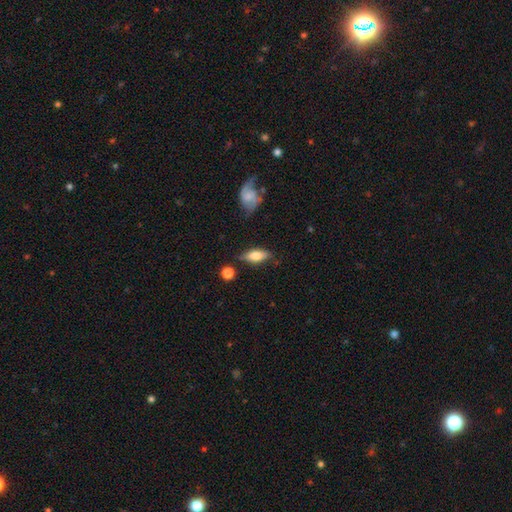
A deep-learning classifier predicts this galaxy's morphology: smooth 67%, featured or disk 27%, star or artifact 7%. Down the decision tree: how rounded — in between (77%); merging — none (73%).